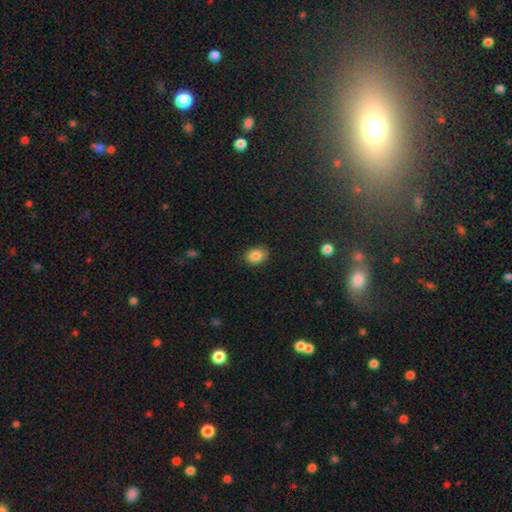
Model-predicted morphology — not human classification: Smooth or featured?
  - smooth: 87% *
  - star or artifact: 9%
  - featured or disk: 4%
How rounded?
  - in between: 61% *
  - round: 38%
  - cigar-shaped: 1%
Merging?
  - none: 86% *
  - minor disturbance: 10%
  - major disturbance: 3%
  - merger: 1%